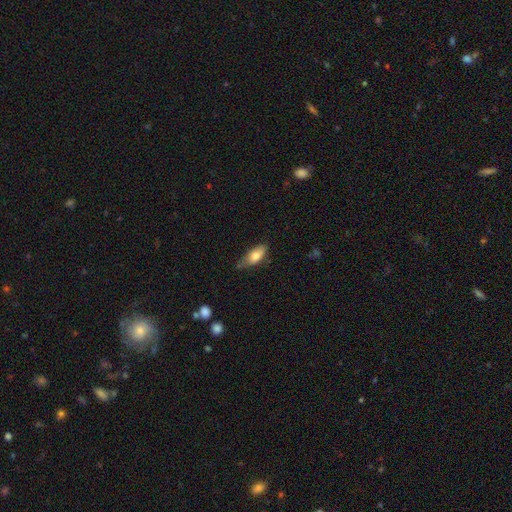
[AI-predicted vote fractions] A smooth galaxy with no disk features (72%) that is in between round and cigar-shaped (78%).

Vote fractions:
- Smooth or featured? smooth: 72% / featured or disk: 21% / star or artifact: 7%
- How rounded? in between: 78% / cigar-shaped: 19% / round: 3%
- Merging? none: 57% / minor disturbance: 34% / major disturbance: 7% / merger: 2%